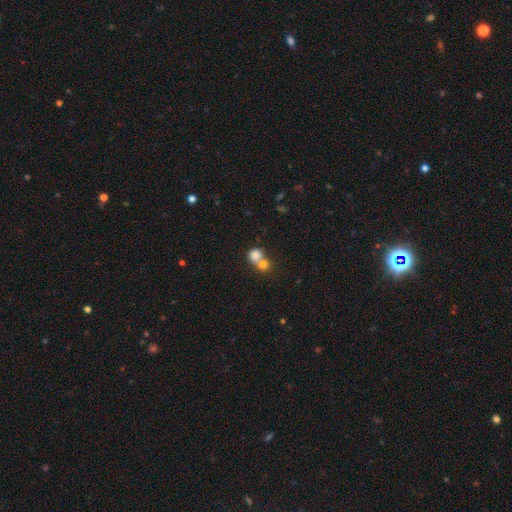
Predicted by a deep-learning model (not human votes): A smooth galaxy with no disk features (78%) that is round (81%). Merging: merger (63%).